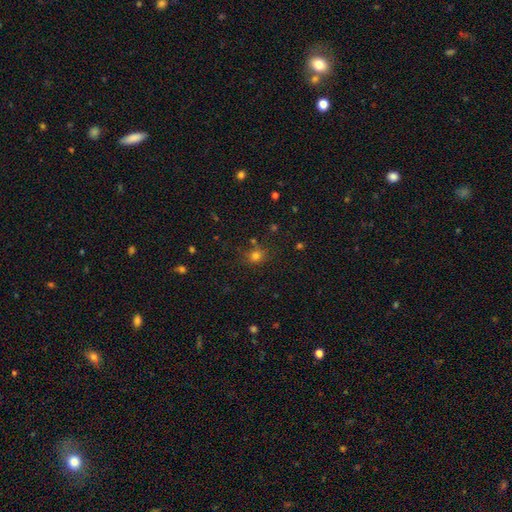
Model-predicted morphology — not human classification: Overall: smooth (73%). How rounded: round (75%). Merging: none (73%).